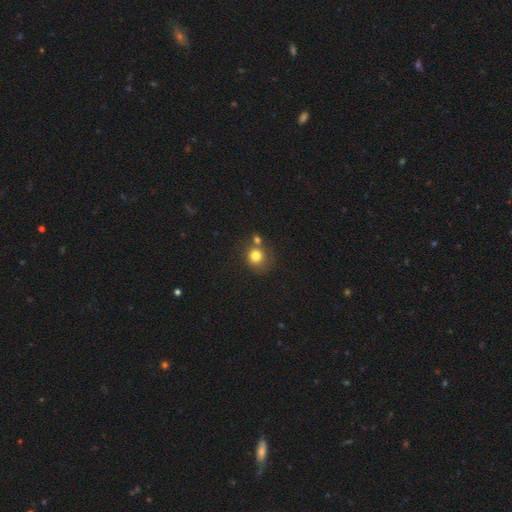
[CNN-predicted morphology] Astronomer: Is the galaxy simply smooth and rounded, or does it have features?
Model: smooth — 79%.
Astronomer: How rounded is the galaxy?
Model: round — 85%.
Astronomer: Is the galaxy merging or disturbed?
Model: none — 55%.